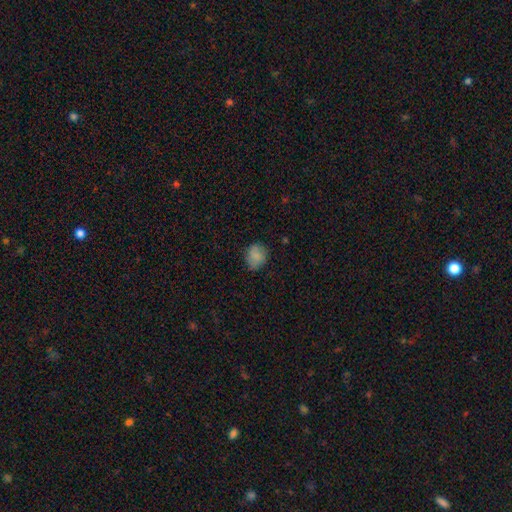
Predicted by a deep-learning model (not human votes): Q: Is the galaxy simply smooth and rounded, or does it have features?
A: smooth — 81%.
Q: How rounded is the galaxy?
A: round — 60%.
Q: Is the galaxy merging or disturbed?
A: none — 74%.